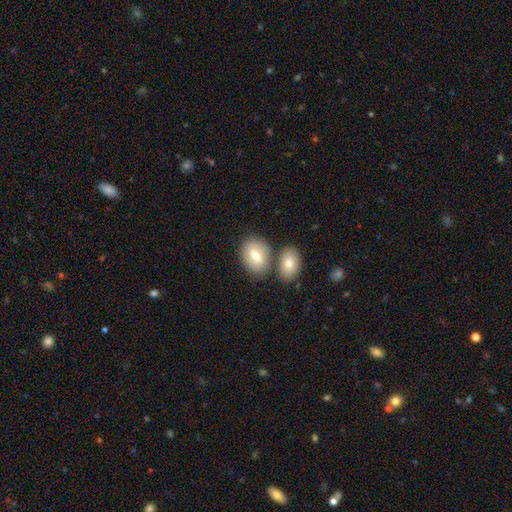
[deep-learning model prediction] Morphology: type=smooth (71%); roundness=in between (74%); merging=none (55%).